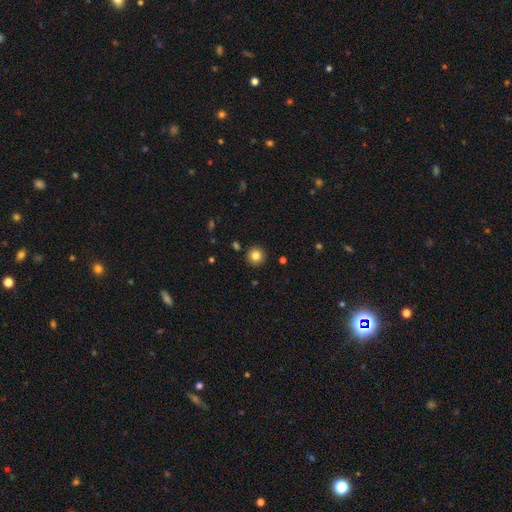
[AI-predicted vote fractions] This appears to be a smooth galaxy with no disk features (82%) that is round (95%). Merging: none (92%).